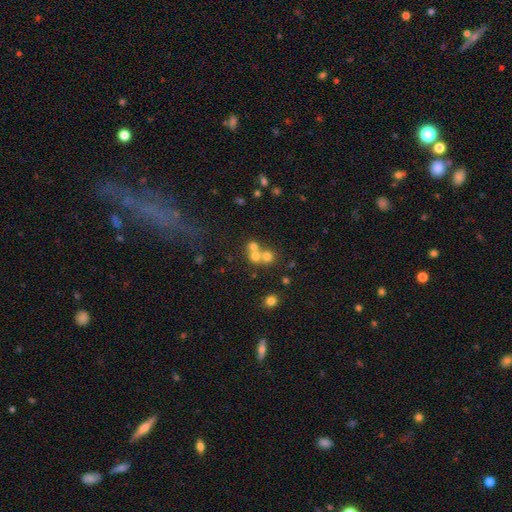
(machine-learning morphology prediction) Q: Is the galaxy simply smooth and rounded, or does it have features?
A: smooth — 62%.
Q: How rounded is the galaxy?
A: round — 84%.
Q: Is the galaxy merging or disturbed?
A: merger — 55%.